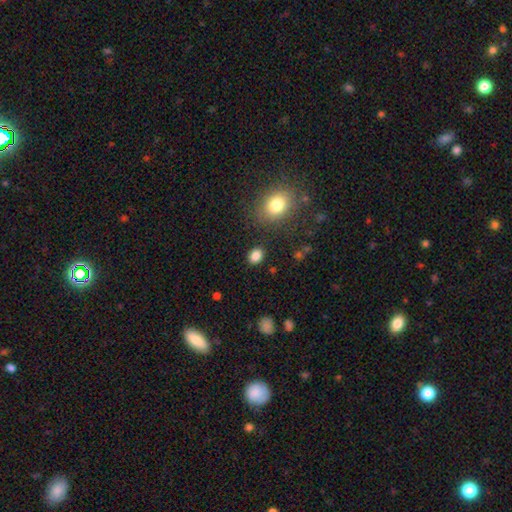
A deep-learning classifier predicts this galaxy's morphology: Smooth or featured? Predicted: smooth (p=0.85). How rounded? Predicted: in between (p=0.58). Merging? Predicted: none (p=0.86).